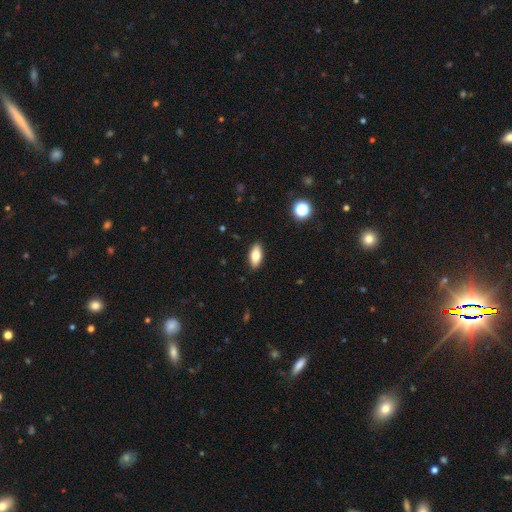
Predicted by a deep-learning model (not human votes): smooth-or-featured: smooth: 76% | featured or disk: 16% | star or artifact: 8%
  how-rounded: in between: 82% | cigar-shaped: 14% | round: 3%
  merging: none: 89% | minor disturbance: 8% | major disturbance: 2% | merger: 1%